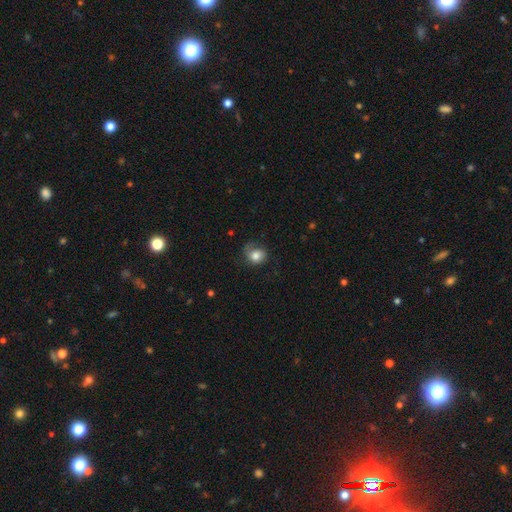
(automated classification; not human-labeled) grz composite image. It shows a smooth galaxy with no disk features (70%) that is round (66%). Merging: none (46%).